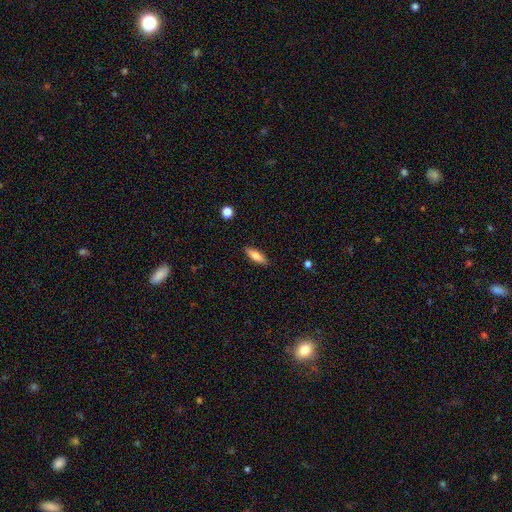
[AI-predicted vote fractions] Smooth or featured?
  - smooth: 77% *
  - featured or disk: 16%
  - star or artifact: 6%
How rounded?
  - in between: 52% *
  - cigar-shaped: 46%
  - round: 2%
Merging?
  - none: 89% *
  - minor disturbance: 8%
  - major disturbance: 2%
  - merger: 1%